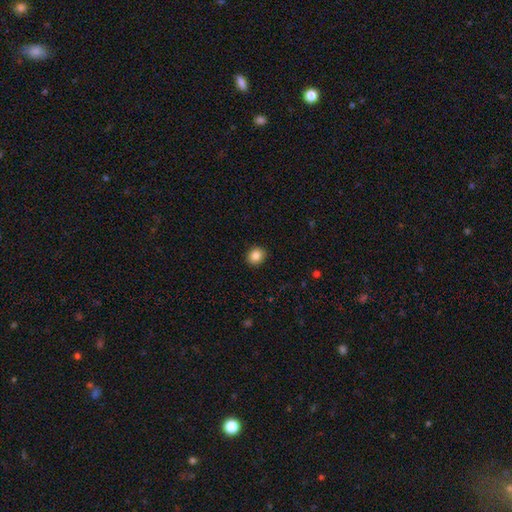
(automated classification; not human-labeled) A smooth galaxy with no disk features (86%) that is round (75%).

Vote fractions:
- Smooth or featured? smooth: 86% / star or artifact: 9% / featured or disk: 5%
- How rounded? round: 75% / in between: 24% / cigar-shaped: 1%
- Merging? none: 91% / minor disturbance: 6% / major disturbance: 2% / merger: 1%